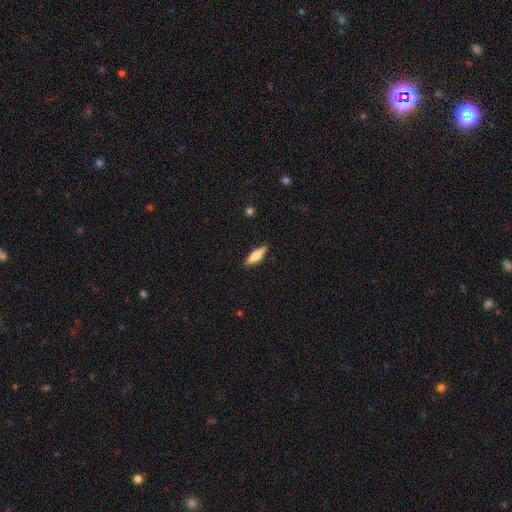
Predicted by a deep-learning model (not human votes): This is likely a smooth galaxy (61%). How rounded: possibly cigar-shaped (51%). Merging: clearly none (88%).